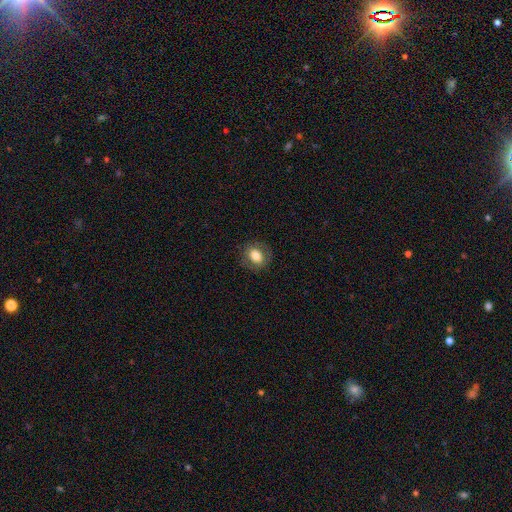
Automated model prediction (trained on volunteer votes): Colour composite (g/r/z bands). It shows a smooth galaxy with no disk features (74%) that is round (54%). Merging: none (83%).